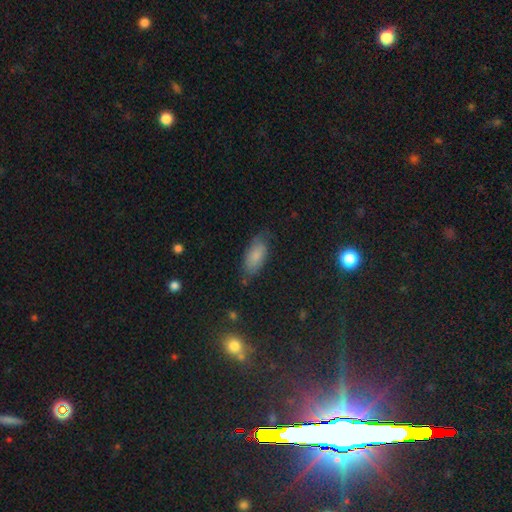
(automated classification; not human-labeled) This appears to be a smooth galaxy with no disk features (74%) that is in between round and cigar-shaped (87%). Merging: none (67%).